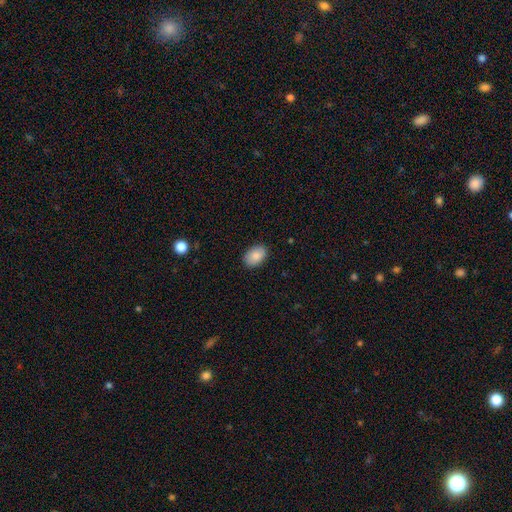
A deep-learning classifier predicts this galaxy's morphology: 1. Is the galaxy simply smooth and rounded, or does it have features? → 87% smooth, 7% star or artifact, 6% featured or disk.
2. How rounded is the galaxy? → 86% in between, 12% round, 1% cigar-shaped.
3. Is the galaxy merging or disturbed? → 88% none, 9% minor disturbance, 2% major disturbance, 1% merger.